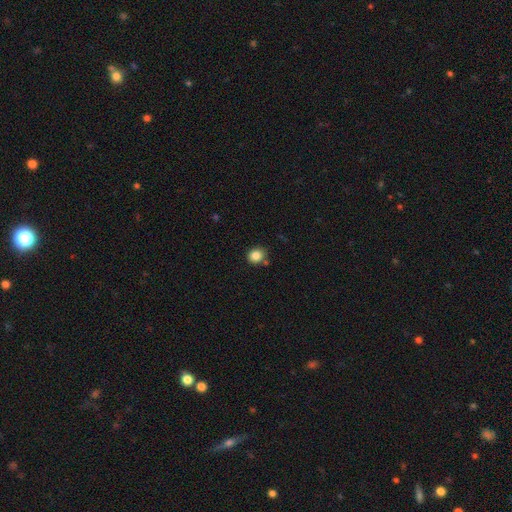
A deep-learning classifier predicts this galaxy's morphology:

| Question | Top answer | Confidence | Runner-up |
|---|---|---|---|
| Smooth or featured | smooth | 85% | star or artifact (10%) |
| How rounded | round | 71% | in between (28%) |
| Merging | none | 78% | minor disturbance (12%) |